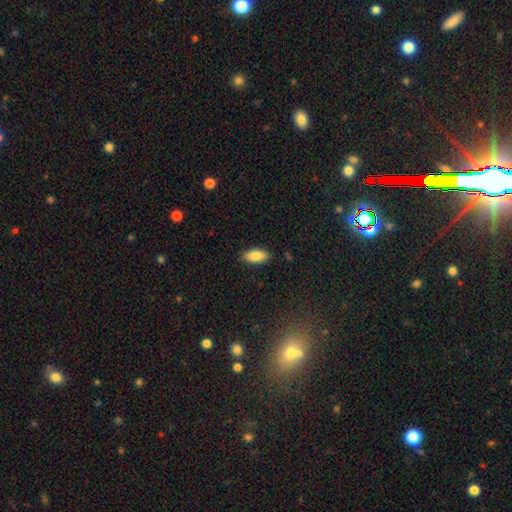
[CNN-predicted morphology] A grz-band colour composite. It shows a smooth galaxy with no disk features (85%) that is in between round and cigar-shaped (89%). Merging: none (88%).